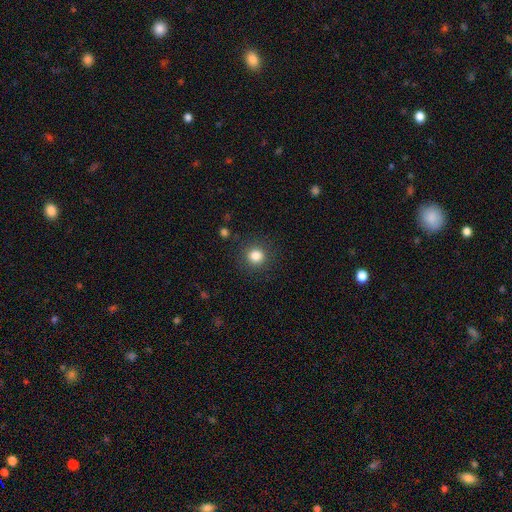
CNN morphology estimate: The model was most divided on "smooth or featured": smooth: 84%, star or artifact: 12%, featured or disk: 5%. More confident: how rounded — round (90%); merging — none (89%).